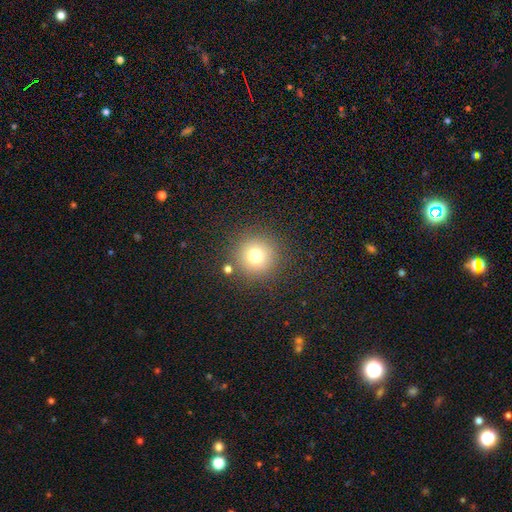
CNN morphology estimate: smooth 73%, star or artifact 17%, featured or disk 10%. Down the decision tree: how rounded — round (96%); merging — none (86%).